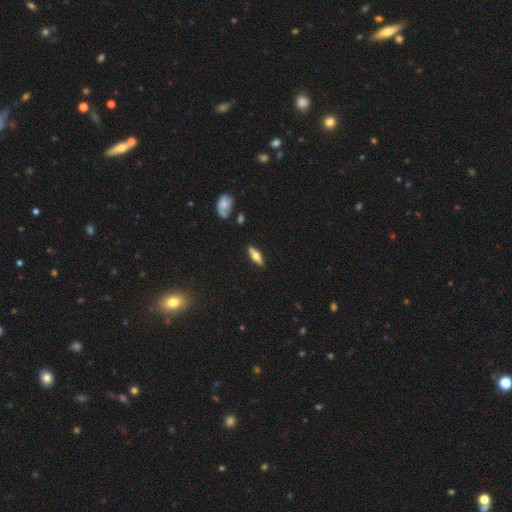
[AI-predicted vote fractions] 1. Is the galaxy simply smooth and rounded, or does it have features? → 51% featured or disk, 42% smooth, 7% star or artifact.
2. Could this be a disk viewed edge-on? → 89% yes, 11% no.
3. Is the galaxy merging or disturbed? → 81% none, 12% minor disturbance, 4% merger, 3% major disturbance.